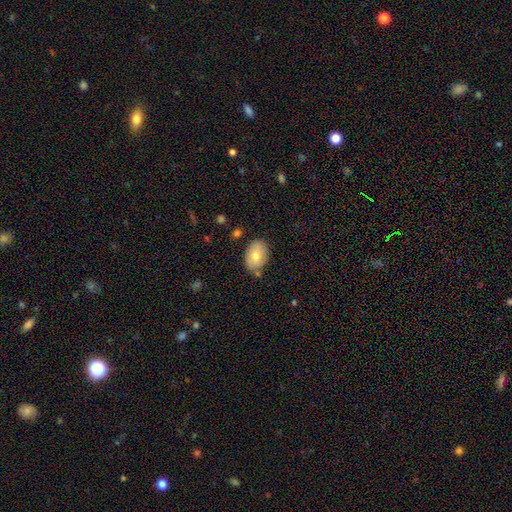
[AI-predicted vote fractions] smooth-or-featured: smooth: 72% | featured or disk: 20% | star or artifact: 7%
  how-rounded: in between: 84% | round: 15% | cigar-shaped: 1%
  merging: none: 74% | minor disturbance: 17% | merger: 5% | major disturbance: 3%